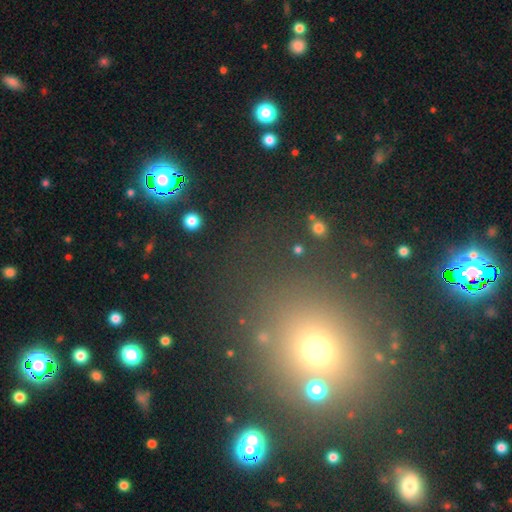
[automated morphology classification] This appears to be a smooth galaxy with no disk features (47%). Merging: none (79%).